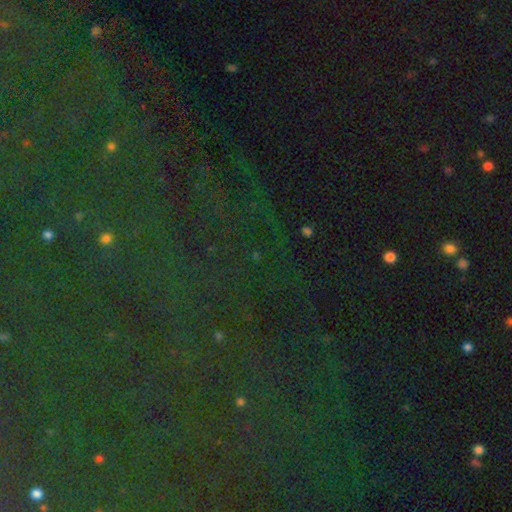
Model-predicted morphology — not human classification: star or artifact 82%, smooth 10%, featured or disk 8%.